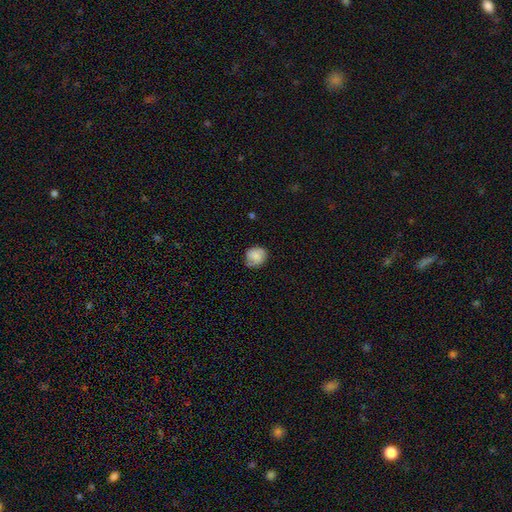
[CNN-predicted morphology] This appears to be a smooth galaxy with no disk features (77%) that is round (71%). Merging: none (68%).